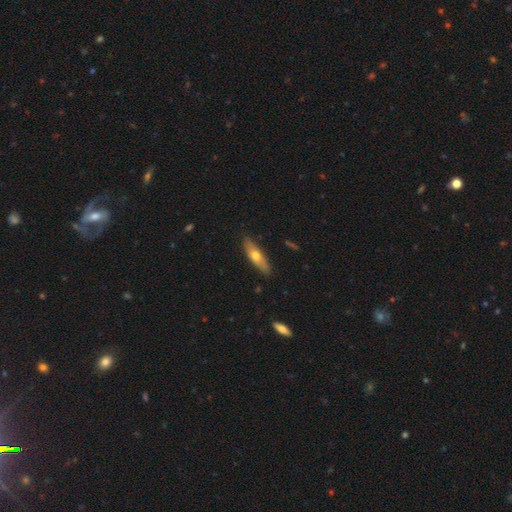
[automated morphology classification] smooth 56%, featured or disk 38%, star or artifact 6%. Down the decision tree: how rounded — cigar-shaped (59%); merging — none (86%).